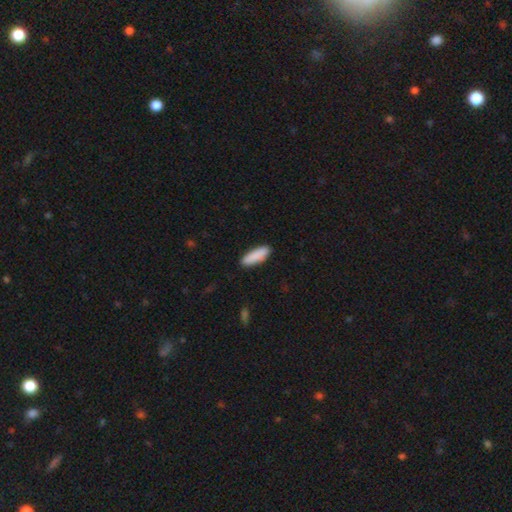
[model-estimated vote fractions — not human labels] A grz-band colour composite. It shows a smooth galaxy with no disk features (90%) that is in between round and cigar-shaped (55%). Merging: none (89%).